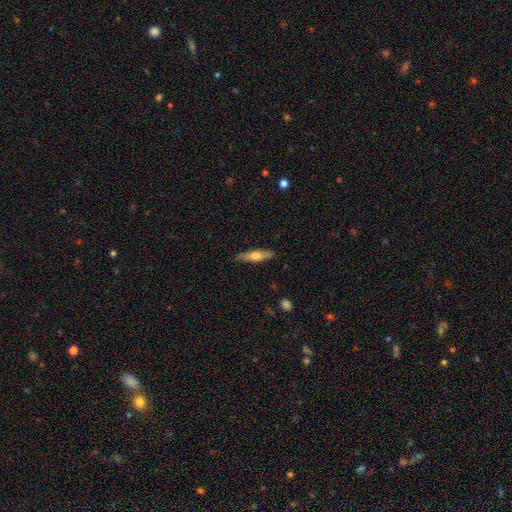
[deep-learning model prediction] Morphology: type=smooth (55%); roundness=cigar-shaped (77%); merging=none (86%).